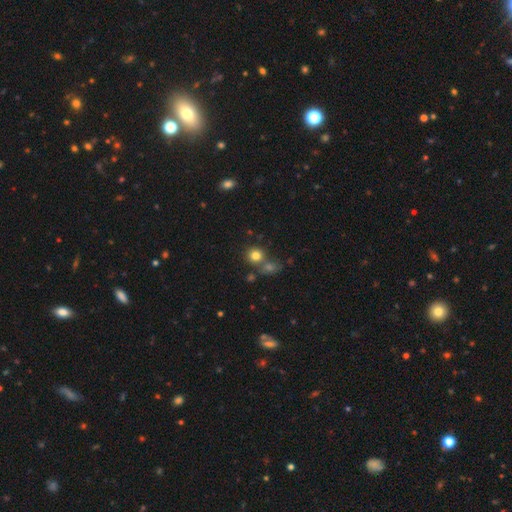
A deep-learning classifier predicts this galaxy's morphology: A smooth galaxy with no disk features (79%) that is round (86%). Merging: none (61%).